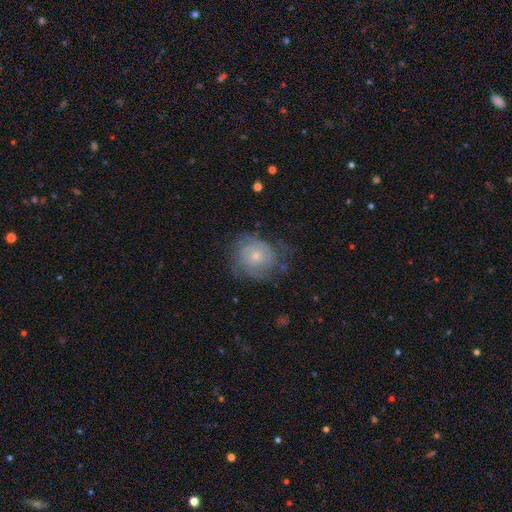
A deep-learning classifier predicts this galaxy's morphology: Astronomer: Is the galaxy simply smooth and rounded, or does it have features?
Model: featured or disk — 58%.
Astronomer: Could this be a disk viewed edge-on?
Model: no — 97%.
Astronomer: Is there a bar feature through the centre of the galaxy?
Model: no — 81%.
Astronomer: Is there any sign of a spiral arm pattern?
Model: yes — 80%.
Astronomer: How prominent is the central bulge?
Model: small — 56% (runner-up: moderate, 38%).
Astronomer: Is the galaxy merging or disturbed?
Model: none — 58%.